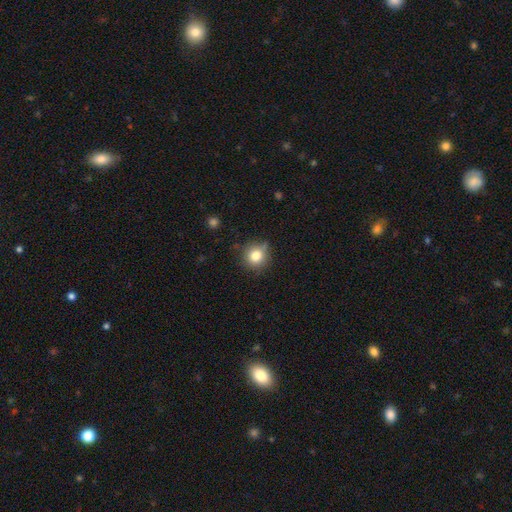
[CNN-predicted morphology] Smooth or featured?
  - smooth: 80% *
  - star or artifact: 12%
  - featured or disk: 8%
How rounded?
  - round: 91% *
  - in between: 8%
  - cigar-shaped: 1%
Merging?
  - none: 79% *
  - minor disturbance: 15%
  - major disturbance: 3%
  - merger: 3%